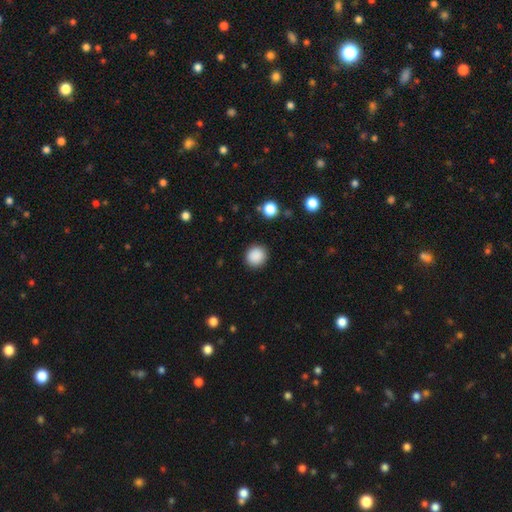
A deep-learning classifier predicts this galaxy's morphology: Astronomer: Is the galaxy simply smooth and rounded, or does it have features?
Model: smooth — 88%.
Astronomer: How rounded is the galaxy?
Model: round — 91%.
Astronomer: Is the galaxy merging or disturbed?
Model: none — 91%.